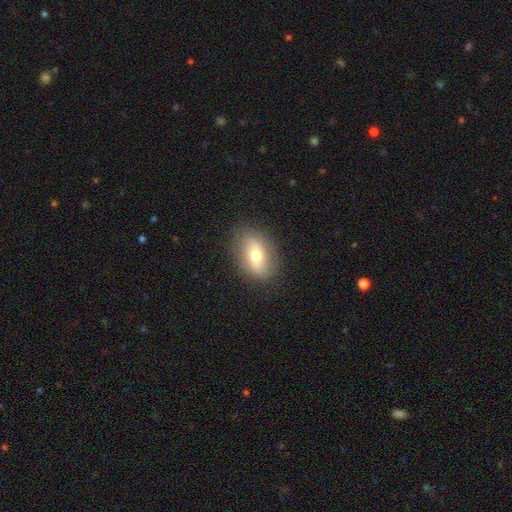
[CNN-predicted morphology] smooth 50%, featured or disk 42%, star or artifact 9%. Down the decision tree: merging — none (83%).